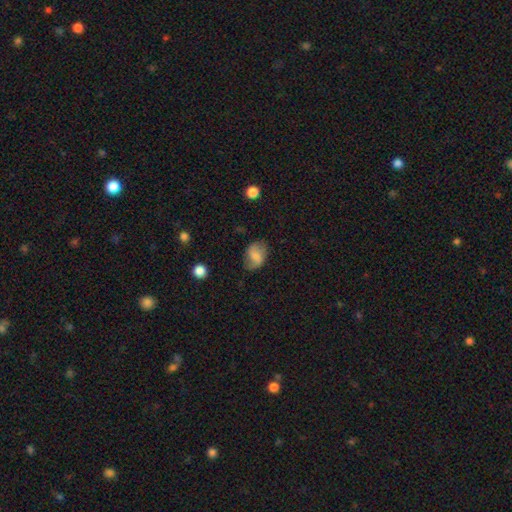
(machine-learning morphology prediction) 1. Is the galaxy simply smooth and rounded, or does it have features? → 60% smooth, 31% featured or disk, 9% star or artifact.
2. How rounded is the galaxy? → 73% in between, 25% round, 1% cigar-shaped.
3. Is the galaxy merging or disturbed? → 66% none, 24% minor disturbance, 9% major disturbance, 2% merger.